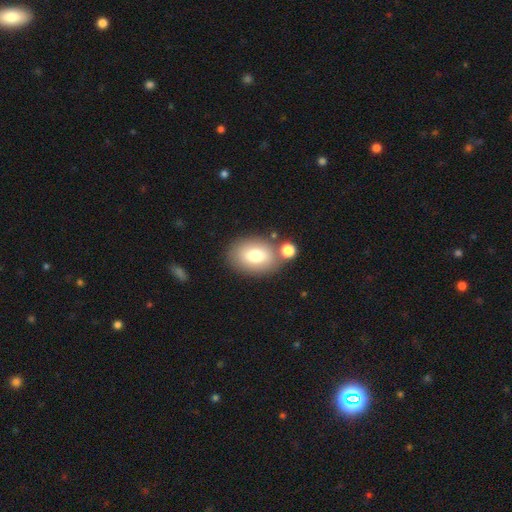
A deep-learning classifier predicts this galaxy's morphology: This appears to be a smooth galaxy with no disk features (75%) that is in between round and cigar-shaped (76%). Merging: none (66%).